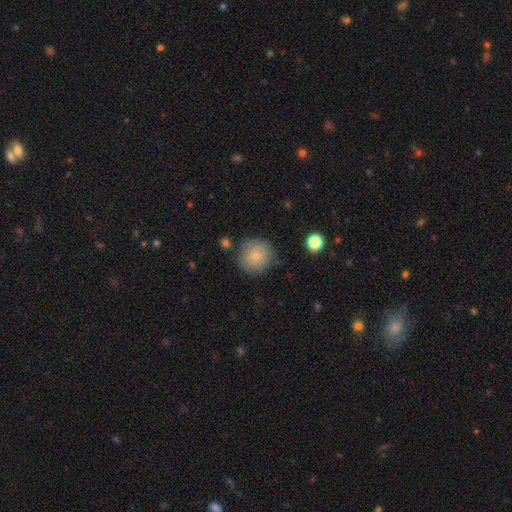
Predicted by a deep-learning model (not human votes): A smooth galaxy with no disk features (81%) that is round (94%). Merging: none (81%).